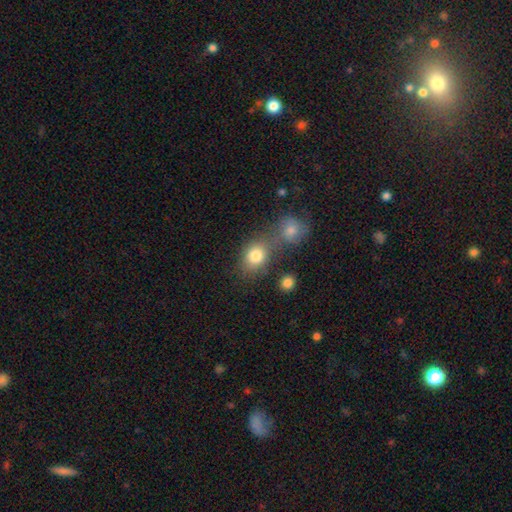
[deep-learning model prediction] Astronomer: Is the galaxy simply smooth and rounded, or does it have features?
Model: smooth — 81%.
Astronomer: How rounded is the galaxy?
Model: in between — 49%, tied with round at 49%.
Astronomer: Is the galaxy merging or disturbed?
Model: none — 44% (runner-up: merger, 41%).